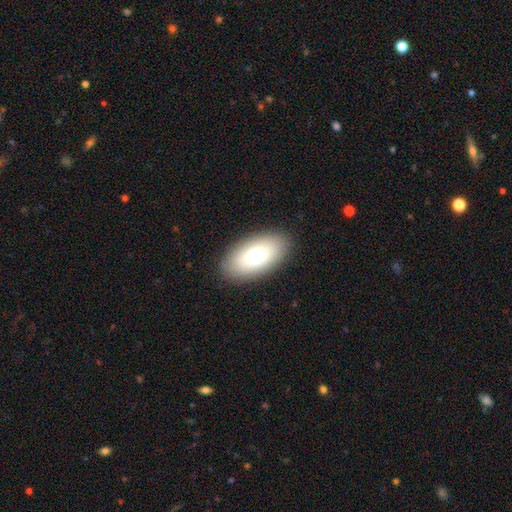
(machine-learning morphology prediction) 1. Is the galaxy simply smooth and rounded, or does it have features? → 74% smooth, 18% featured or disk, 8% star or artifact.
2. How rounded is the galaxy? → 94% in between, 4% round, 2% cigar-shaped.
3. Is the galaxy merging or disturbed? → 88% none, 8% minor disturbance, 3% major disturbance, 1% merger.